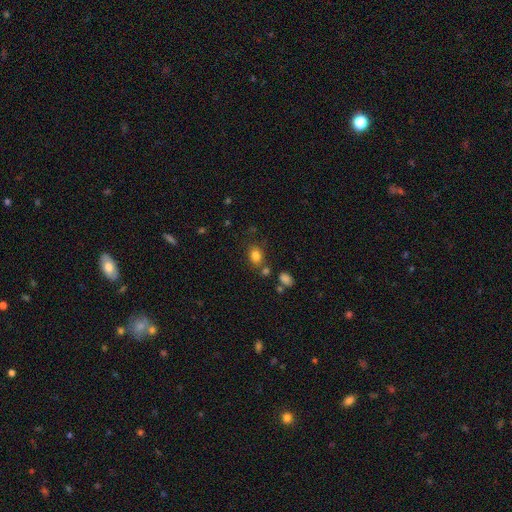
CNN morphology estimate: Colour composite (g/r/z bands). It shows a smooth galaxy with no disk features (81%) that is in between round and cigar-shaped (59%). Merging: none (70%).